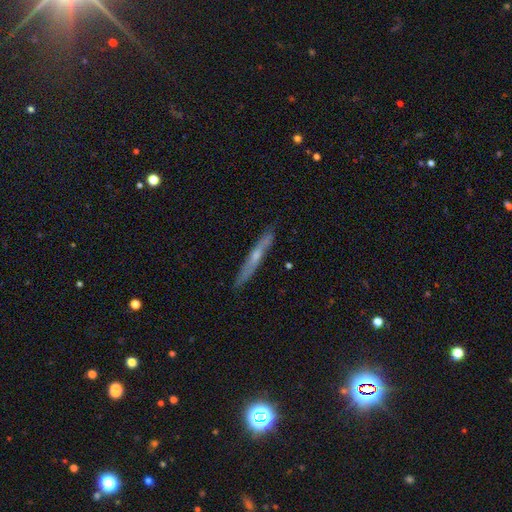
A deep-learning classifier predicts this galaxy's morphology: A featured or disk galaxy (60%) viewed edge-on (93%) with a rounded central bulge (57%).

Vote fractions:
- Smooth or featured? featured or disk: 60% / smooth: 33% / star or artifact: 7%
- Edge-on disk? yes: 93% / no: 7%
- Edge-on bulge? rounded: 57% / none: 39% / boxy: 5%
- Merging? none: 87% / minor disturbance: 10% / major disturbance: 2% / merger: 1%